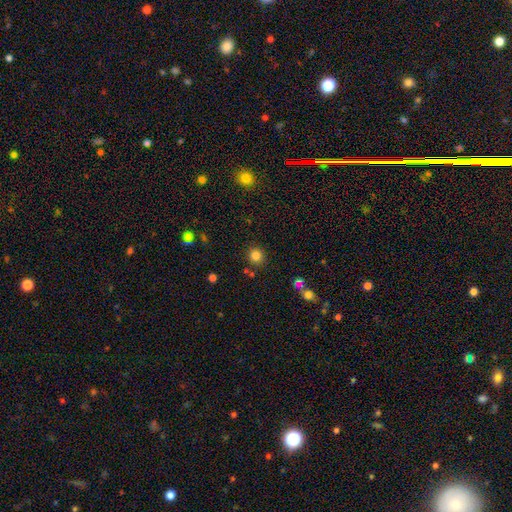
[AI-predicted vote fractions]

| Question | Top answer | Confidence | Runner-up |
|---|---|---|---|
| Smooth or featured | smooth | 82% | star or artifact (13%) |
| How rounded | round | 91% | in between (8%) |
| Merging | none | 85% | minor disturbance (7%) |